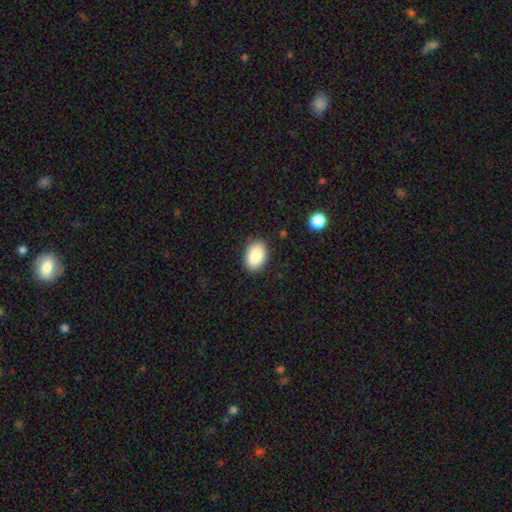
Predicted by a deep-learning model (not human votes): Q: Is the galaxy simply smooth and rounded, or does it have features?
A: smooth — 88%.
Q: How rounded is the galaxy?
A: in between — 86%.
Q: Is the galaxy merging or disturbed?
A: none — 87%.